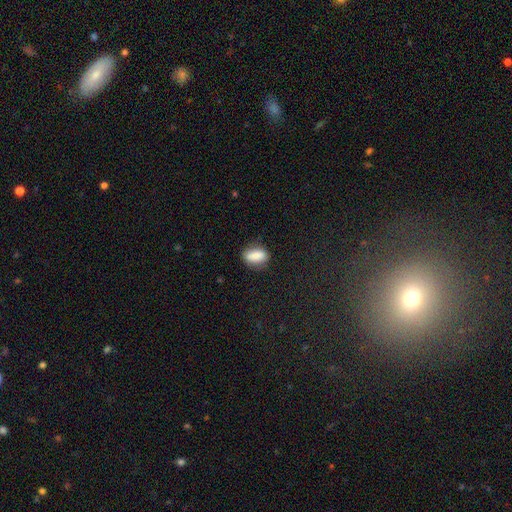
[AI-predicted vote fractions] This appears to be a smooth galaxy with no disk features (80%) that is in between round and cigar-shaped (81%). Merging: none (79%).